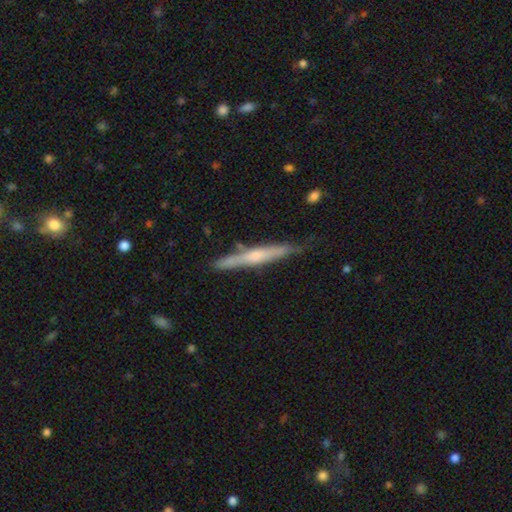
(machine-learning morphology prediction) A featured or disk galaxy (58%) viewed edge-on (95%) with a rounded central bulge (57%). Merging: none (79%).